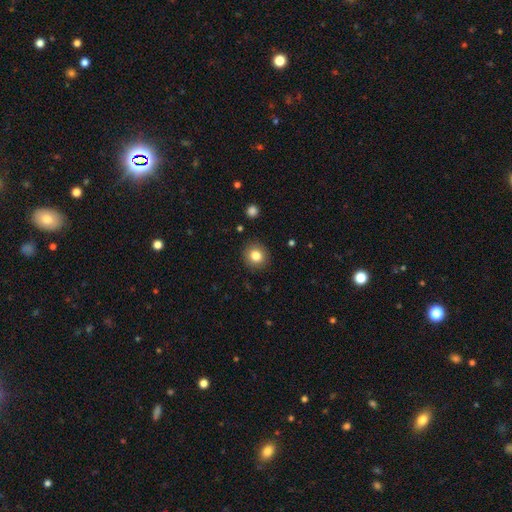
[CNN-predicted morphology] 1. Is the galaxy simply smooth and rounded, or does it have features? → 82% smooth, 11% star or artifact, 7% featured or disk.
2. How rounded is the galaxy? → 88% round, 11% in between, 1% cigar-shaped.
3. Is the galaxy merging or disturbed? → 90% none, 7% minor disturbance, 2% major disturbance, 1% merger.